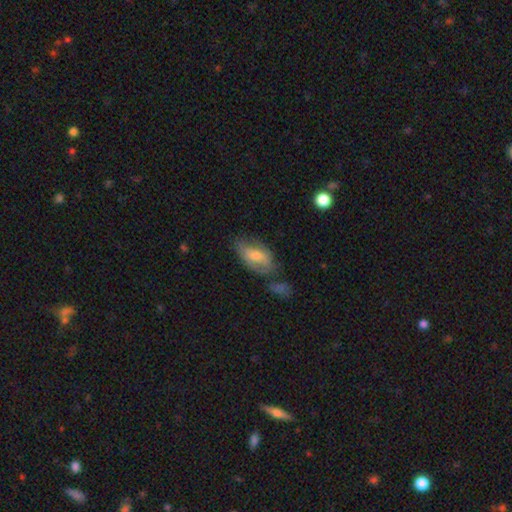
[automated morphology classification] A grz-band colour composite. It shows a smooth galaxy with no disk features (59%) that is in between round and cigar-shaped (90%). Merging: none (44%).